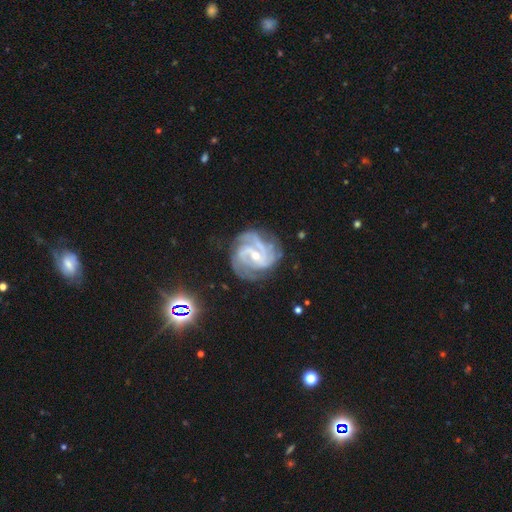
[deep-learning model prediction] A featured or disk galaxy (91%) with a weak bar (44%), 3 (40%) tight (51%) spiral arms (98%) and a small central bulge (55%).

Vote fractions:
- Smooth or featured? featured or disk: 91% / star or artifact: 5% / smooth: 4%
- Edge-on disk? no: 98% / yes: 2%
- Bar? weak: 44% / no: 35% / strong: 21%
- Spiral arms? yes: 98% / no: 2%
- Spiral winding? tight: 51% / medium: 41% / loose: 8%
- Spiral arm count? 3: 40% / 2: 29% / can't tell: 12% / 4: 10% / 1: 5% / more than 4: 5%
- Bulge size? small: 55% / moderate: 42% / large: 1% / none: 1% / dominant: 1%
- Merging? none: 67% / minor disturbance: 21% / major disturbance: 10% / merger: 2%